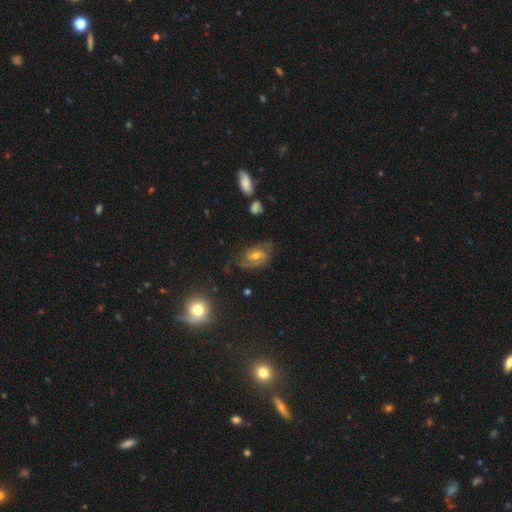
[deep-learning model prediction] Overall: featured or disk (62%; smooth 27%). Edge-on disk: no (95%). Bar: no (61%; weak 32%). Spiral arms: yes (83%). Bulge size: moderate (64%; small 29%). Merging: none (55%; minor disturbance 26%).